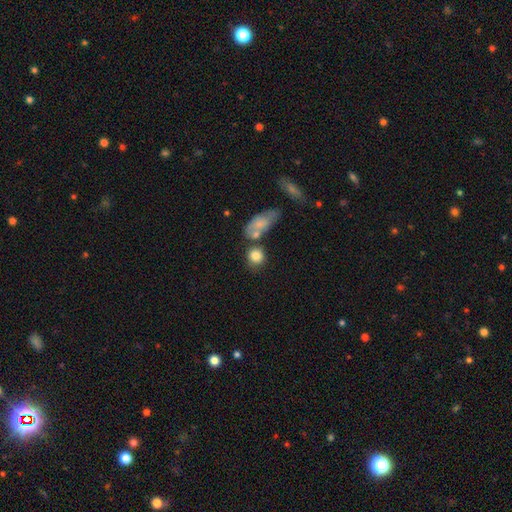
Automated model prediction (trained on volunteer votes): Smooth or featured?
  - smooth: 83% *
  - featured or disk: 9%
  - star or artifact: 9%
How rounded?
  - round: 76% *
  - in between: 22%
  - cigar-shaped: 2%
Merging?
  - none: 58% *
  - merger: 20%
  - minor disturbance: 15%
  - major disturbance: 6%